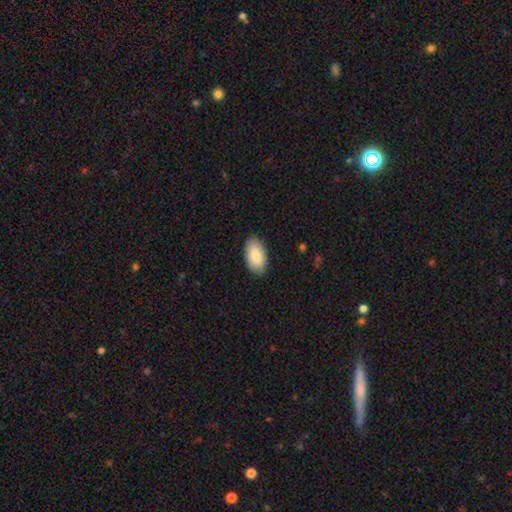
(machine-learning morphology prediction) smooth-or-featured: smooth: 85% | featured or disk: 9% | star or artifact: 5%
  how-rounded: in between: 96% | round: 3% | cigar-shaped: 2%
  merging: none: 87% | minor disturbance: 10% | major disturbance: 2% | merger: 1%